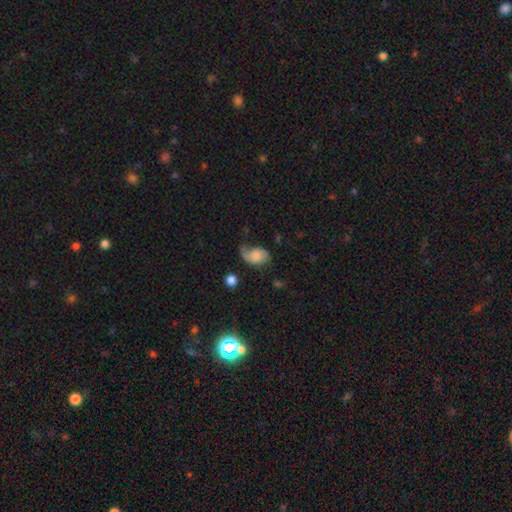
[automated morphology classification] Smooth or featured: smooth — 46% (featured or disk — 45%)
Merging: none — 35% (minor disturbance — 31%)